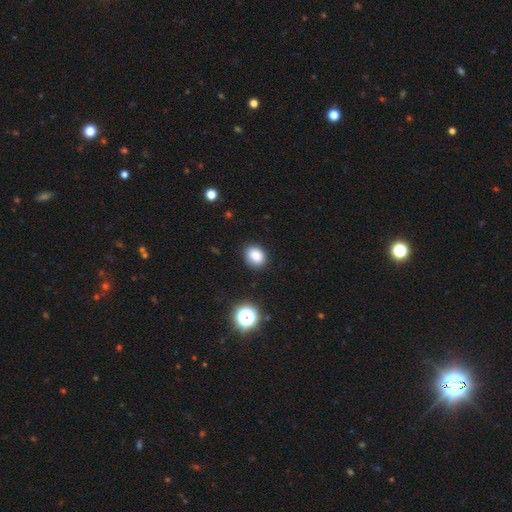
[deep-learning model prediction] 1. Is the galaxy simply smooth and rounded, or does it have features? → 84% smooth, 11% star or artifact, 5% featured or disk.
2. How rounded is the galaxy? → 52% round, 47% in between, 1% cigar-shaped.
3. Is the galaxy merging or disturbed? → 83% none, 12% minor disturbance, 3% major disturbance, 2% merger.